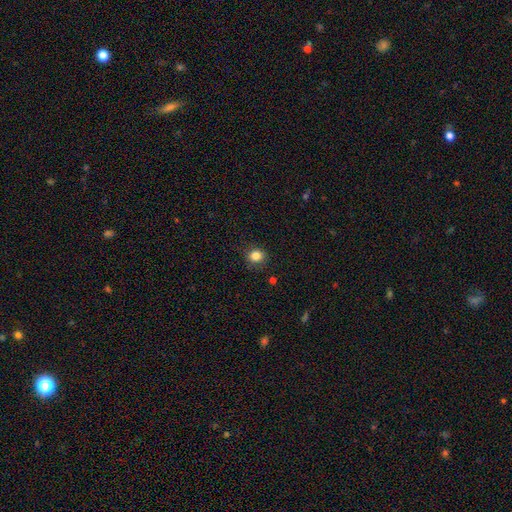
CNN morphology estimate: A smooth galaxy with no disk features (83%) that is round (82%).

Vote fractions:
- Smooth or featured? smooth: 83% / star or artifact: 12% / featured or disk: 5%
- How rounded? round: 82% / in between: 17% / cigar-shaped: 1%
- Merging? none: 85% / minor disturbance: 11% / major disturbance: 3% / merger: 1%